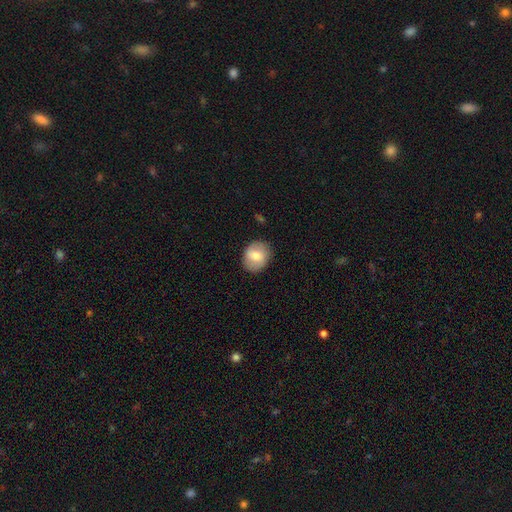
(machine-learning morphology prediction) smooth_or_featured: smooth (p=0.67) [alt: featured or disk p=0.26]
how_rounded: round (p=0.61) [alt: in between p=0.38]
merging: none (p=0.85) [alt: minor disturbance p=0.10]